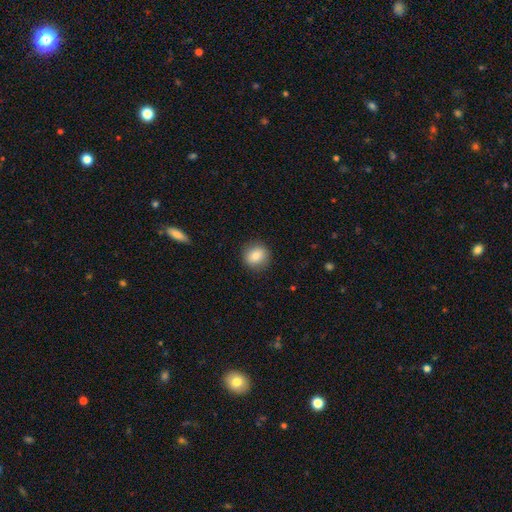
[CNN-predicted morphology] Smooth or featured? Predicted: smooth (p=0.83). How rounded? Predicted: round (p=0.82). Merging? Predicted: none (p=0.89).